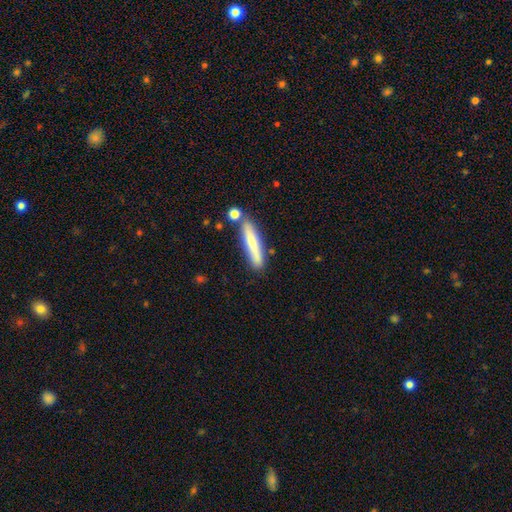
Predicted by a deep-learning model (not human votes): A smooth galaxy with no disk features (65%) that is cigar-shaped (87%). Merging: none (74%).